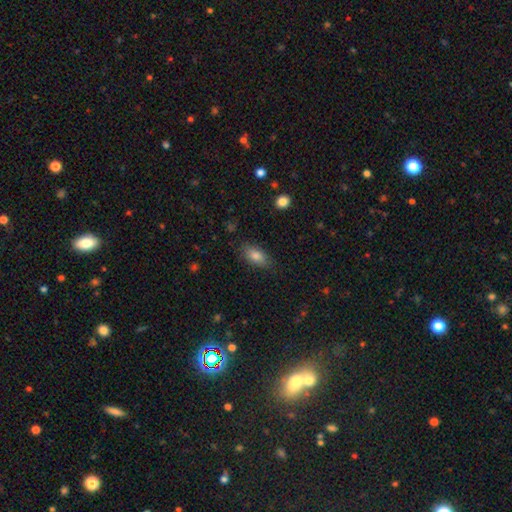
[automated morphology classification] Smooth or featured?
  - smooth: 81% *
  - featured or disk: 10%
  - star or artifact: 9%
How rounded?
  - in between: 88% *
  - cigar-shaped: 7%
  - round: 6%
Merging?
  - none: 83% *
  - minor disturbance: 13%
  - major disturbance: 3%
  - merger: 1%